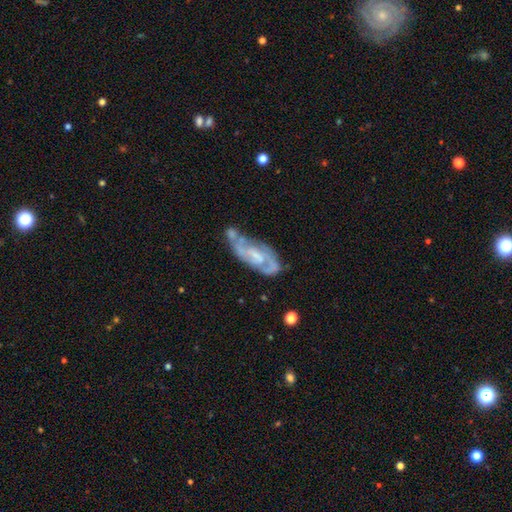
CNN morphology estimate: Smooth or featured: featured or disk — 74% (smooth — 19%)
Edge-on disk: no — 89% (yes — 11%)
Bar: no — 46% (weak — 42%)
Spiral arms: yes — 82% (no — 18%)
Spiral winding: medium — 43% (tight — 40%)
Spiral arm count: 2 — 56% (can't tell — 29%)
Bulge size: small — 41% (moderate — 33%)
Merging: none — 45% (minor disturbance — 26%)